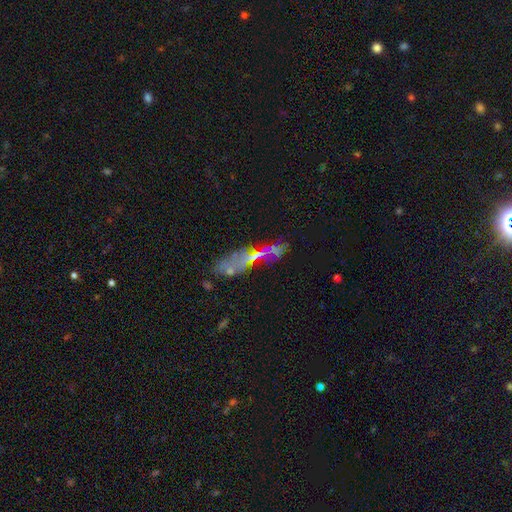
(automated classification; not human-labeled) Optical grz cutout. It shows a featured or disk galaxy (51%). Merging: none (49%).